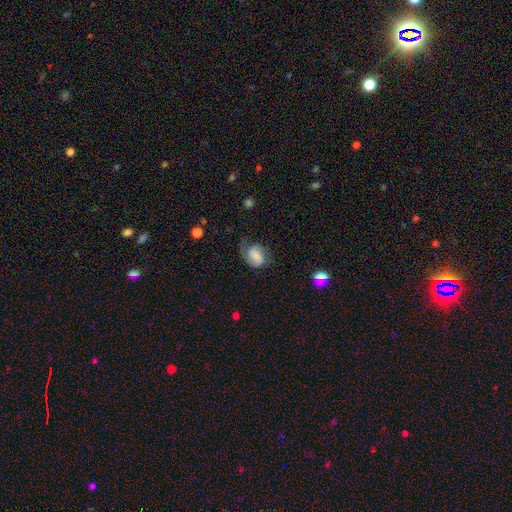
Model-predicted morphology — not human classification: The model was most divided on "smooth or featured": featured or disk: 46%, smooth: 45%, star or artifact: 9%. Remaining: merging — none (47%).